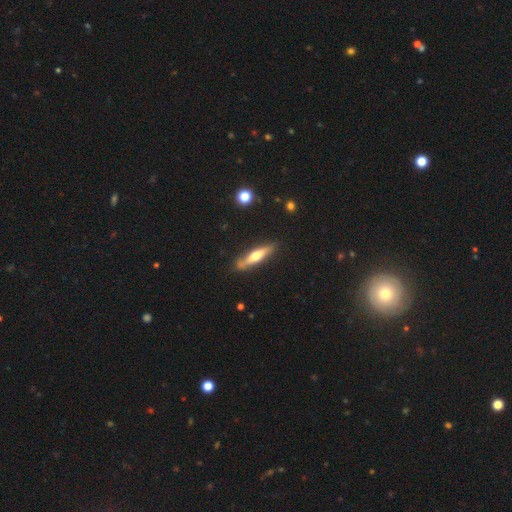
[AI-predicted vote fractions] Overall: smooth (49%; featured or disk 45%). Merging: none (78%).